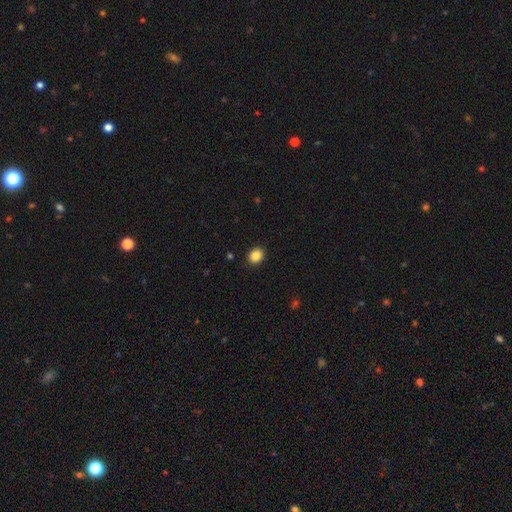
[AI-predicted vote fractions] Smooth or featured? smooth (87%)
How rounded? round (68%)
Merging? none (91%)